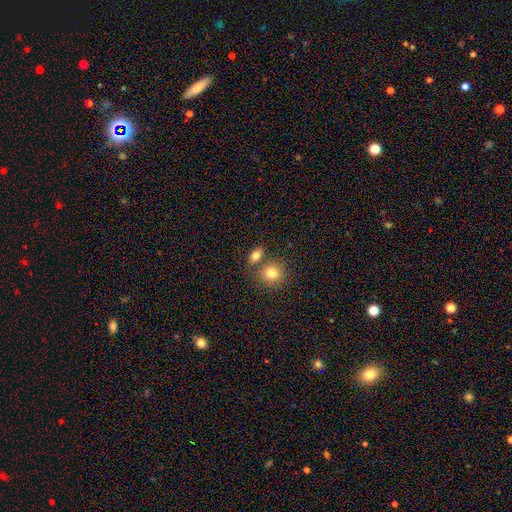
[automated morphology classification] smooth_or_featured: smooth (p=0.81) [alt: star or artifact p=0.11]
how_rounded: in between (p=0.66) [alt: round p=0.31]
merging: none (p=0.60) [alt: merger p=0.26]